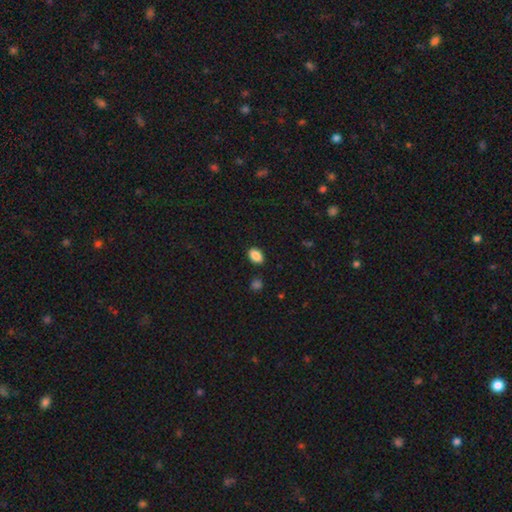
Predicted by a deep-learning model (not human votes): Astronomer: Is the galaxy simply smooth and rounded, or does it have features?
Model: smooth — 88%.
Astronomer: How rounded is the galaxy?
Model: in between — 86%.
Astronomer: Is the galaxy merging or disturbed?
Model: none — 86%.